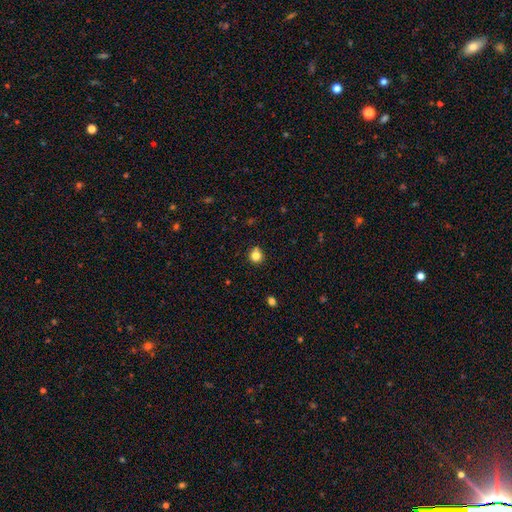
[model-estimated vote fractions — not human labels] A smooth galaxy with no disk features (82%) that is round (89%). Merging: none (83%).